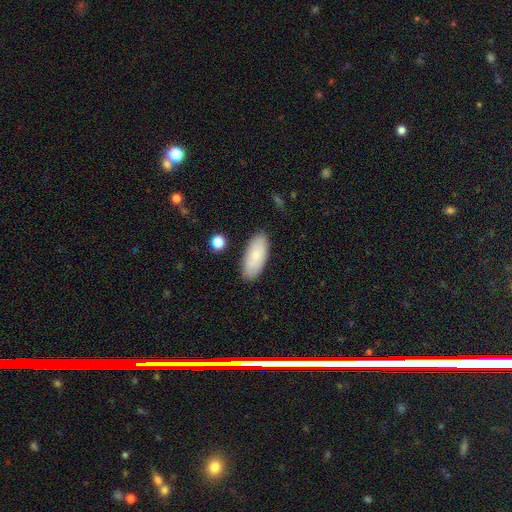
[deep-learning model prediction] smooth-or-featured: smooth: 82% | featured or disk: 12% | star or artifact: 6%
  how-rounded: in between: 85% | cigar-shaped: 13% | round: 2%
  merging: none: 86% | minor disturbance: 10% | major disturbance: 2% | merger: 2%